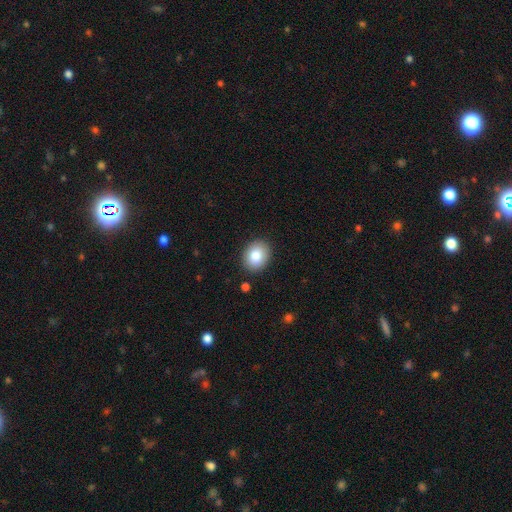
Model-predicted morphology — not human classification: type=smooth (84%); roundness=in between (50%); merging=none (88%).